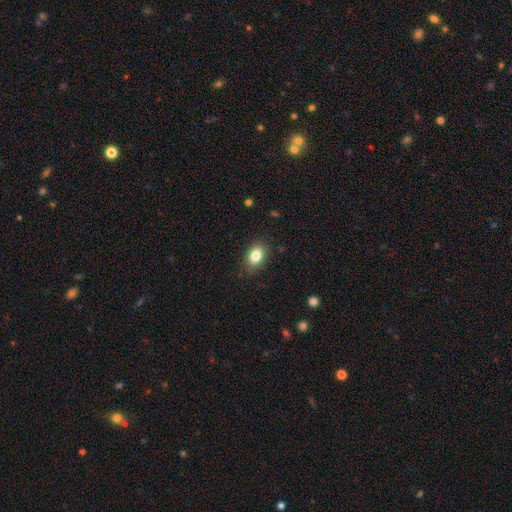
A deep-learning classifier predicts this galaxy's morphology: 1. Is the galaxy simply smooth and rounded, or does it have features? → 83% smooth, 9% star or artifact, 8% featured or disk.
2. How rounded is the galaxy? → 82% in between, 17% round, 1% cigar-shaped.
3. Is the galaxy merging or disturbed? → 85% none, 11% minor disturbance, 3% major disturbance, 1% merger.